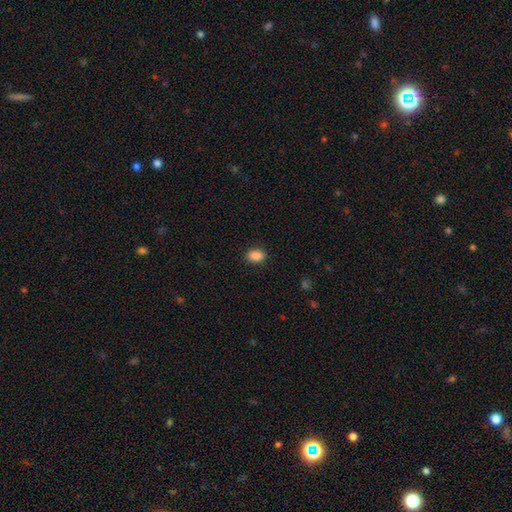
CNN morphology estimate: A smooth galaxy with no disk features (88%) that is in between round and cigar-shaped (78%). Merging: none (88%).